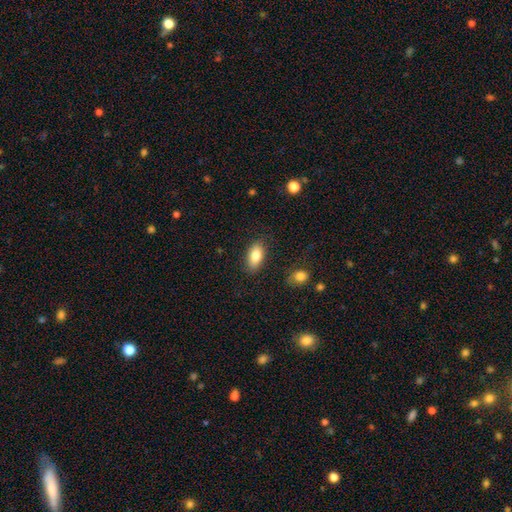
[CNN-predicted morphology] This appears to be a smooth galaxy with no disk features (83%) that is in between round and cigar-shaped (91%). Merging: none (84%).